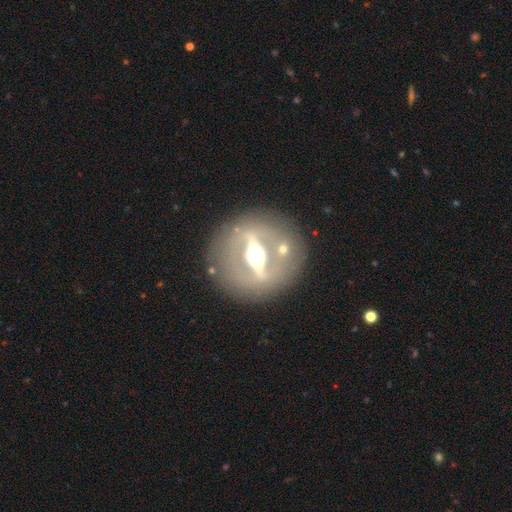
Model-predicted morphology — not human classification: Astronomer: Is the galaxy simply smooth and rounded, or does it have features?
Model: featured or disk — 82%.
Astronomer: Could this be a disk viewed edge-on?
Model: no — 56% (runner-up: yes, 44%).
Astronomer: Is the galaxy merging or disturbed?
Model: none — 81%.